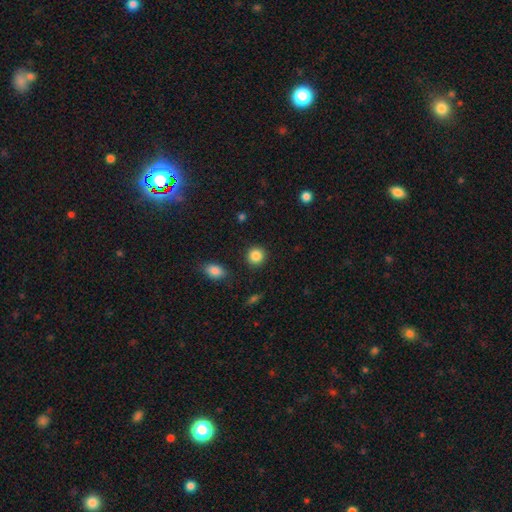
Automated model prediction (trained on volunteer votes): Morphology: type=smooth (87%); roundness=round (90%); merging=none (90%).